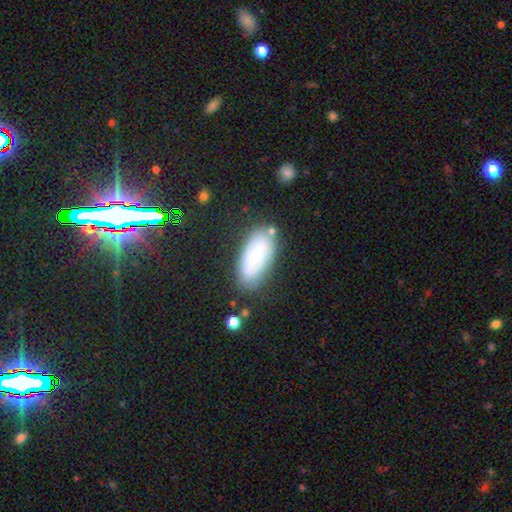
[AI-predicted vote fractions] Overall: smooth (52%; featured or disk 37%). How rounded: in between (88%). Merging: none (71%).